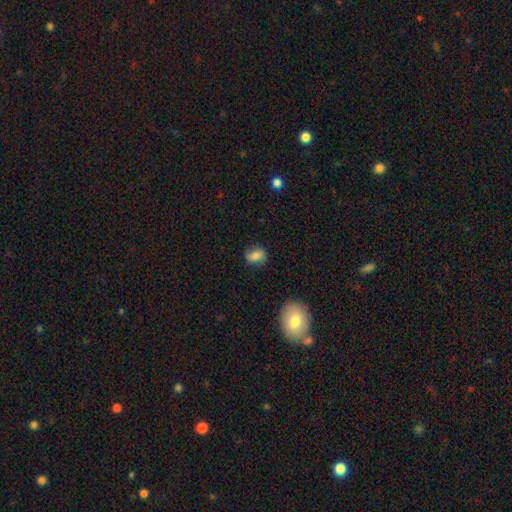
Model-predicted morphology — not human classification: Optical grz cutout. It shows a smooth galaxy with no disk features (72%) that is in between round and cigar-shaped (49%, tied with round). Merging: none (77%).